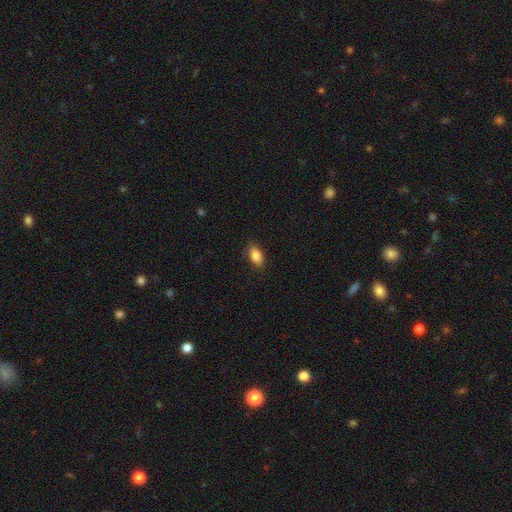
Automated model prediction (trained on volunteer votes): Smooth or featured: smooth — 86% (star or artifact — 8%)
How rounded: in between — 89% (round — 6%)
Merging: none — 85% (minor disturbance — 12%)